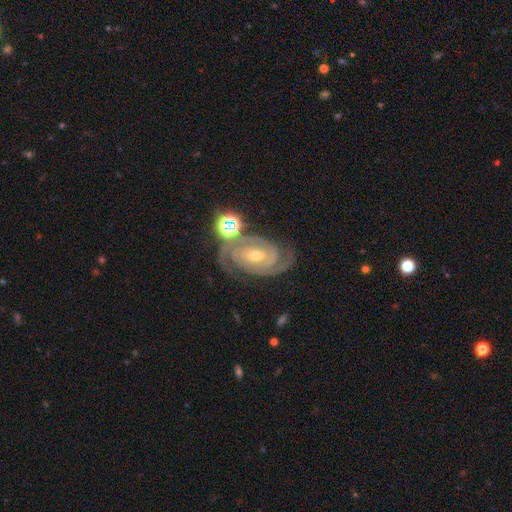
Morphology: type=featured or disk (94%); edge-on=no (100%); bar=no (56%); spiral arms=yes (100%); winding=tight (88%); arm count=2 (88%); bulge=small (59%); merging=none (89%).